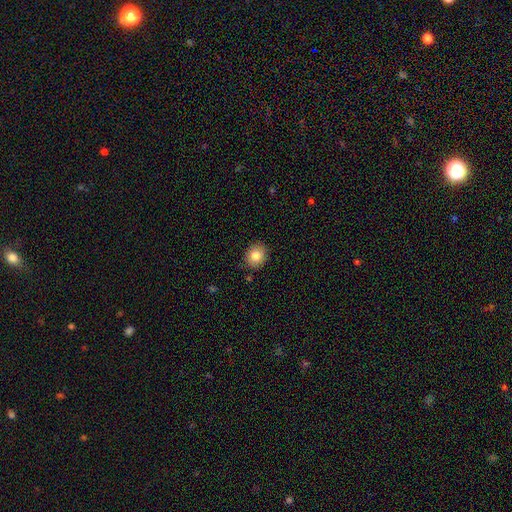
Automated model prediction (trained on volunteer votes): A smooth galaxy with no disk features (84%) that is round (66%). Merging: none (87%).